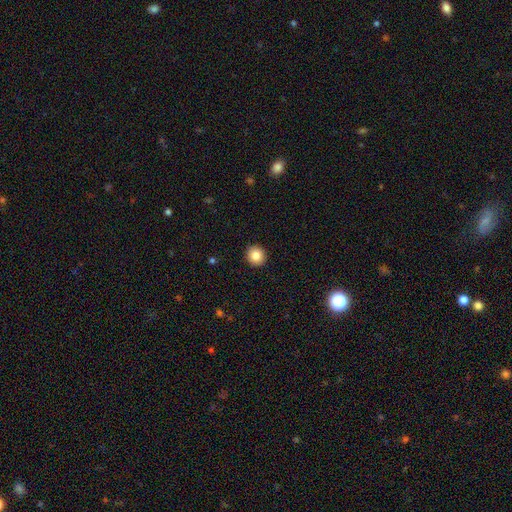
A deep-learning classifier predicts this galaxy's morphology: smooth_or_featured: smooth (p=0.84) [alt: star or artifact p=0.10]
how_rounded: round (p=0.92) [alt: in between p=0.07]
merging: none (p=0.93) [alt: minor disturbance p=0.05]